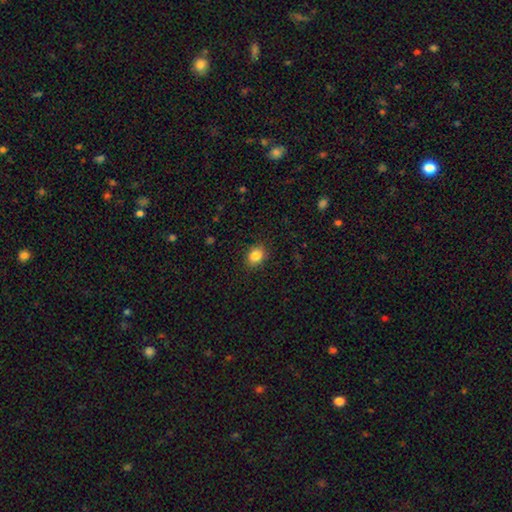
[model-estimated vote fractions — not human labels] smooth-or-featured: smooth: 85% | star or artifact: 10% | featured or disk: 5%
  how-rounded: in between: 54% | round: 45% | cigar-shaped: 1%
  merging: none: 88% | minor disturbance: 9% | major disturbance: 2% | merger: 1%